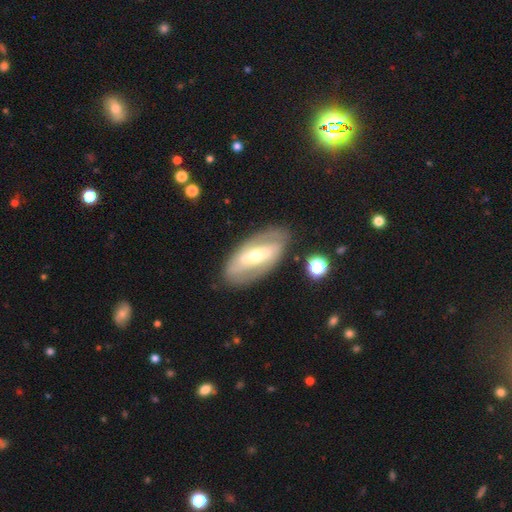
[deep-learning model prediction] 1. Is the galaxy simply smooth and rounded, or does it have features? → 72% featured or disk, 22% smooth, 6% star or artifact.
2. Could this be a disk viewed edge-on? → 88% no, 12% yes.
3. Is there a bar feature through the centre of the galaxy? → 51% strong, 29% weak, 21% no.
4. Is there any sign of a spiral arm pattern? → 65% yes, 35% no.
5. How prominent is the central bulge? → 54% moderate, 39% small, 5% large, 1% dominant, 1% none.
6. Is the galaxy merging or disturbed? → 80% none, 13% minor disturbance, 5% major disturbance, 2% merger.